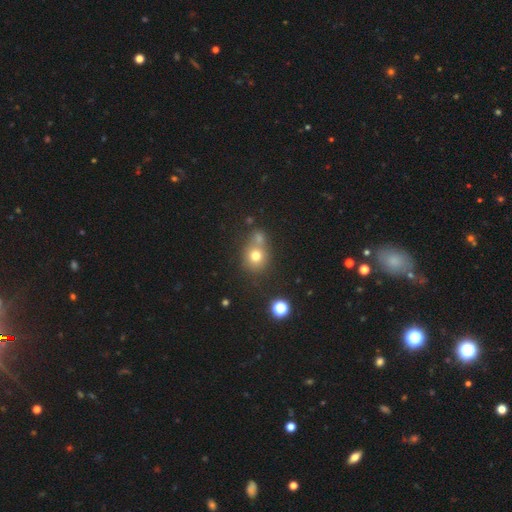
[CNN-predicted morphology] Smooth or featured? smooth (72%)
How rounded? round (81%)
Merging? none (49%)